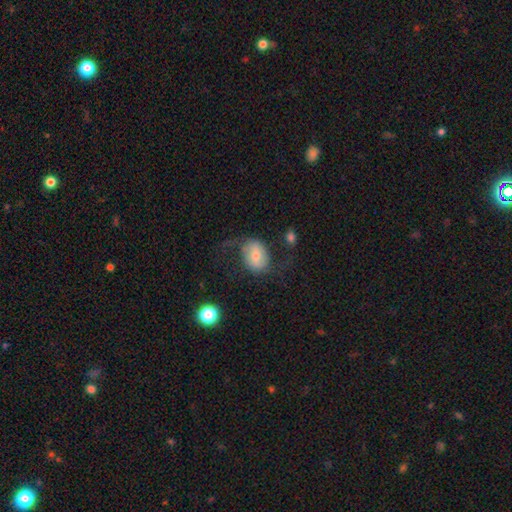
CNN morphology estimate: Smooth or featured? featured or disk (50%)
Merging? none (53%)